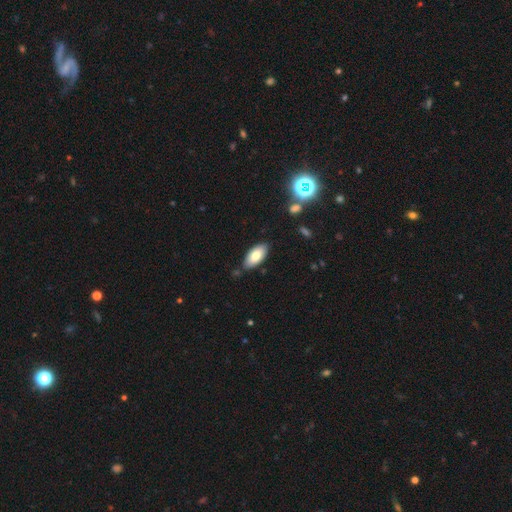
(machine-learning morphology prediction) The model was most divided on "smooth or featured": smooth: 78%, featured or disk: 15%, star or artifact: 7%. More confident: how rounded — in between (92%); merging — none (81%).